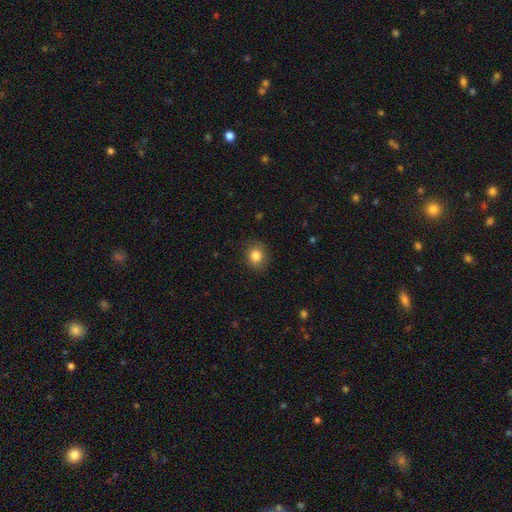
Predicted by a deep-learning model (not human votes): smooth_or_featured: smooth (p=0.84) [alt: star or artifact p=0.10]
how_rounded: round (p=0.69) [alt: in between p=0.30]
merging: none (p=0.86) [alt: minor disturbance p=0.10]